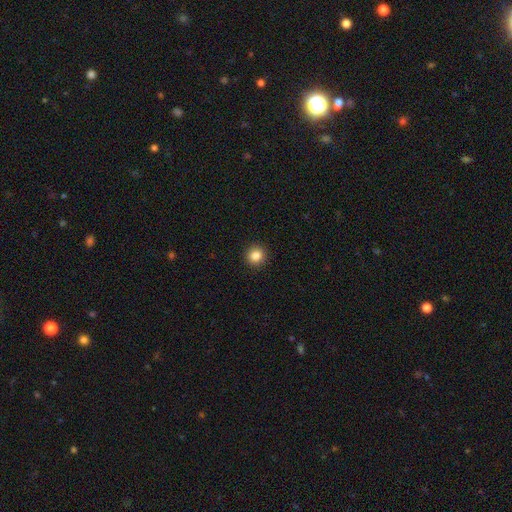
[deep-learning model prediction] This appears to be a smooth galaxy with no disk features (85%) that is round (93%). Merging: none (93%).